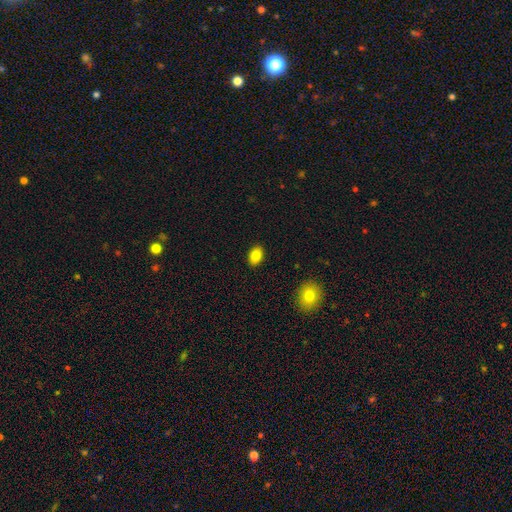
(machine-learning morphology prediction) smooth-or-featured: smooth: 85% | star or artifact: 9% | featured or disk: 6%
  how-rounded: in between: 85% | round: 14% | cigar-shaped: 1%
  merging: none: 90% | minor disturbance: 7% | major disturbance: 2% | merger: 1%